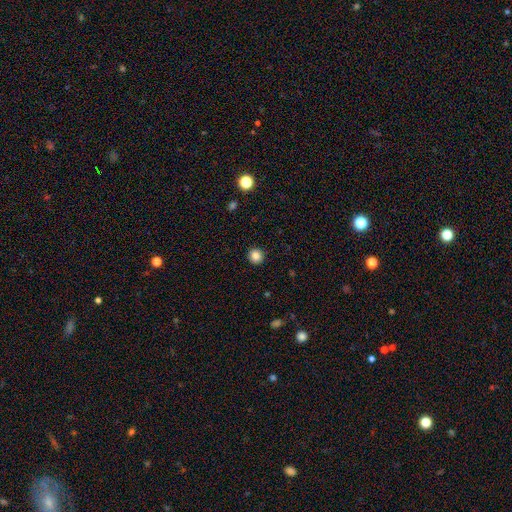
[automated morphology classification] A smooth galaxy with no disk features (84%) that is round (92%).

Vote fractions:
- Smooth or featured? smooth: 84% / star or artifact: 11% / featured or disk: 5%
- How rounded? round: 92% / in between: 7% / cigar-shaped: 1%
- Merging? none: 92% / minor disturbance: 5% / major disturbance: 2% / merger: 1%